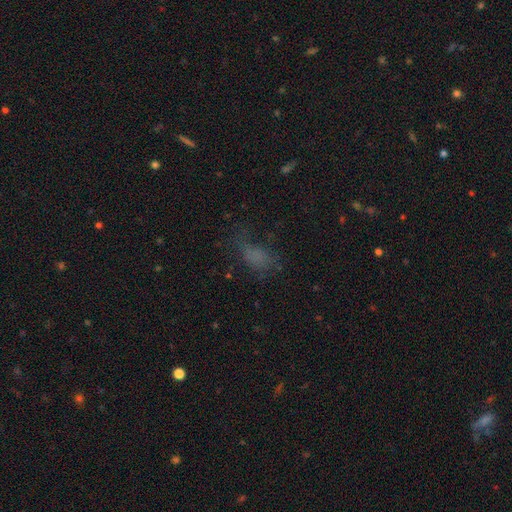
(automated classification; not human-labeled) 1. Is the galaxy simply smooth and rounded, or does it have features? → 61% smooth, 23% star or artifact, 16% featured or disk.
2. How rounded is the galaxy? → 77% in between, 14% round, 8% cigar-shaped.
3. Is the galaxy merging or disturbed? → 44% none, 29% major disturbance, 24% minor disturbance, 3% merger.